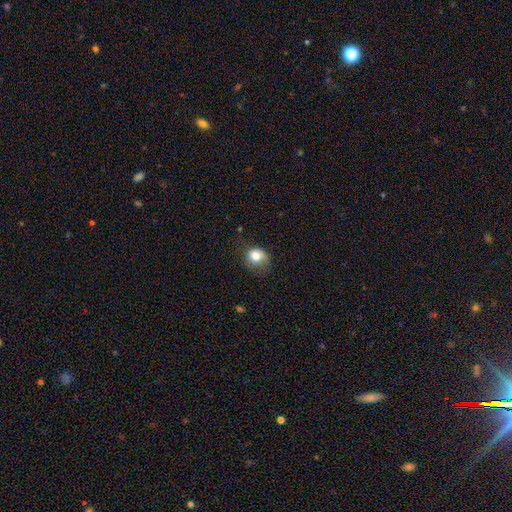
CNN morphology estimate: Q: Smooth or featured?
A: smooth (78%); runner-up: featured or disk (13%)
Q: How rounded?
A: round (69%); runner-up: in between (30%)
Q: Merging?
A: none (44%); runner-up: minor disturbance (34%)